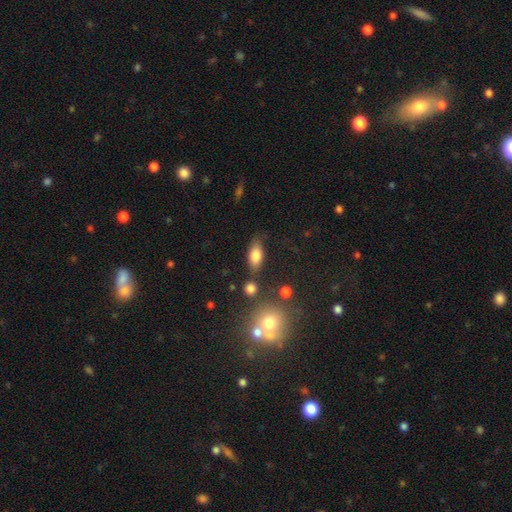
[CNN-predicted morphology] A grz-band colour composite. It shows a smooth galaxy with no disk features (80%) that is in between round and cigar-shaped (86%). Merging: none (70%).